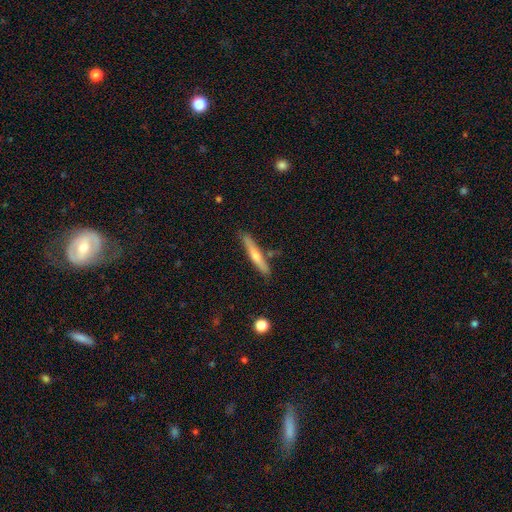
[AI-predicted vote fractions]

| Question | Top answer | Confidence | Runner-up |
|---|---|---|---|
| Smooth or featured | featured or disk | 55% | smooth (38%) |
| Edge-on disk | yes | 95% | no (5%) |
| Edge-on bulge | rounded | 77% | none (19%) |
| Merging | none | 84% | minor disturbance (11%) |